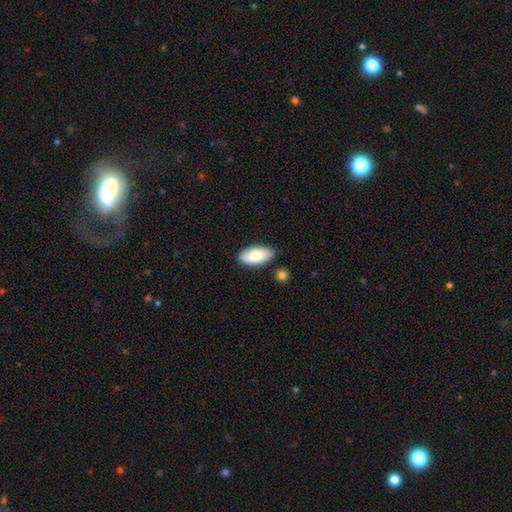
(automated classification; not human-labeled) Smooth or featured? Predicted: smooth (p=0.79). How rounded? Predicted: in between (p=0.92). Merging? Predicted: none (p=0.81).